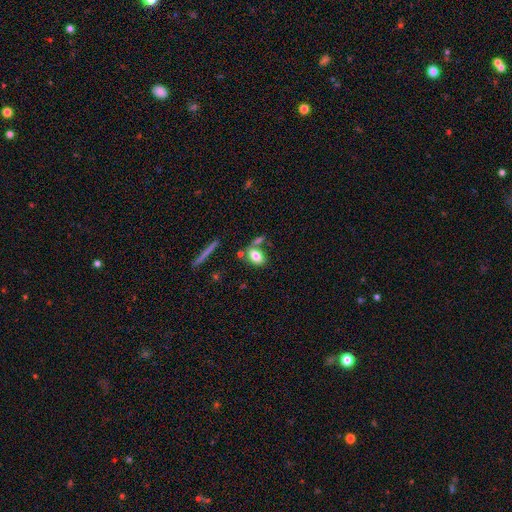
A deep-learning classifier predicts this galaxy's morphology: This appears to be a smooth galaxy with no disk features (77%) that is in between round and cigar-shaped (86%). Merging: none (57%).